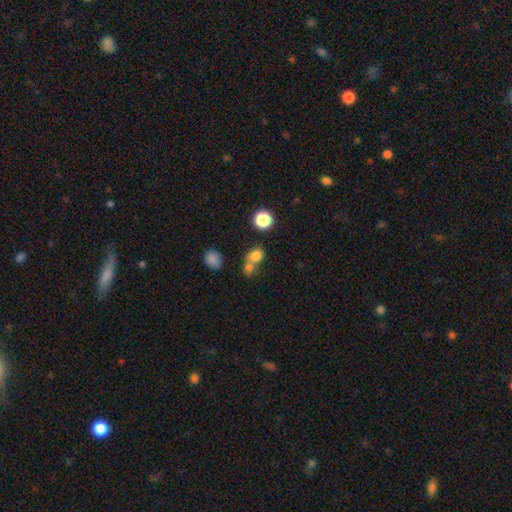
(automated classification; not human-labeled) A smooth galaxy with no disk features (77%) that is round (73%). Merging: merger (46%).